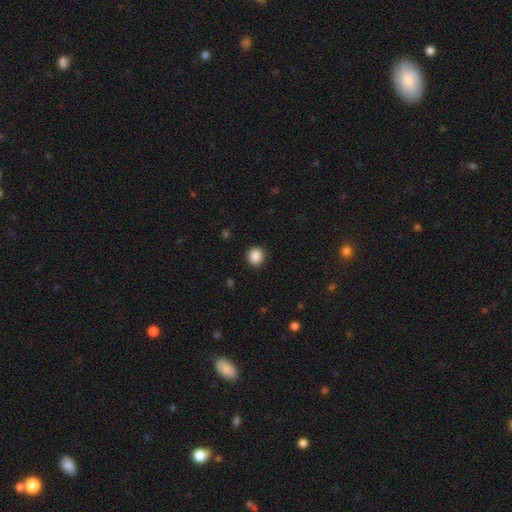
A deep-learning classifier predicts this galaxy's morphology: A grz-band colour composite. It shows a smooth galaxy with no disk features (88%) that is round (85%). Merging: none (90%).